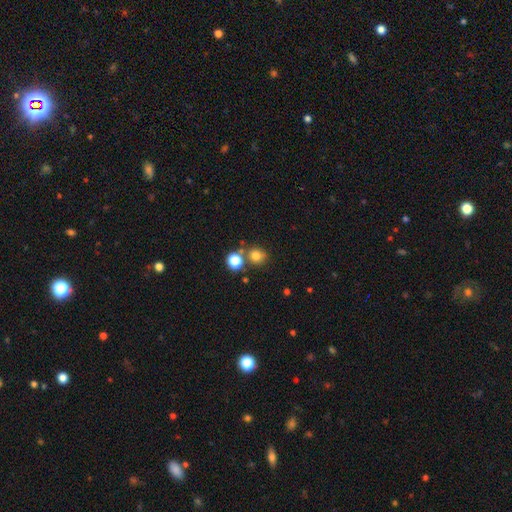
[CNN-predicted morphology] Smooth or featured?
  - smooth: 77% *
  - star or artifact: 16%
  - featured or disk: 7%
How rounded?
  - round: 82% *
  - in between: 17%
  - cigar-shaped: 1%
Merging?
  - none: 67% *
  - merger: 20%
  - minor disturbance: 10%
  - major disturbance: 4%